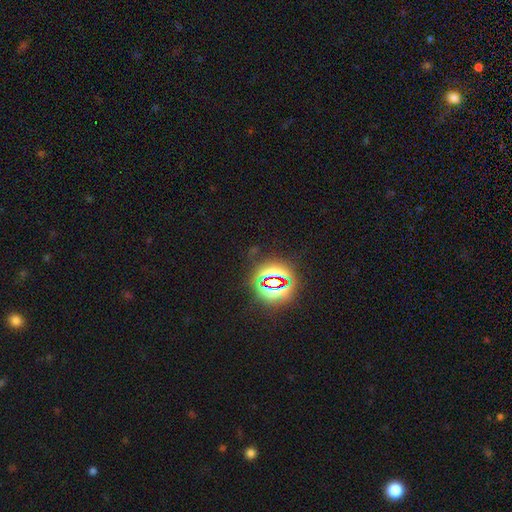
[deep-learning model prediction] star or artifact 80%, smooth 13%, featured or disk 8%.